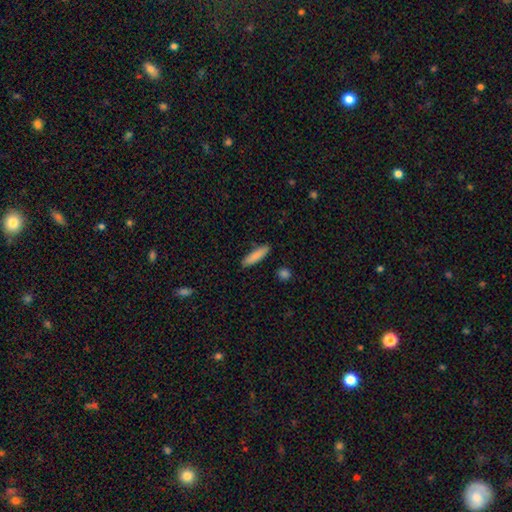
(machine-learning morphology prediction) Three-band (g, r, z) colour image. It shows a smooth galaxy with no disk features (85%) that is cigar-shaped (75%). Merging: none (87%).